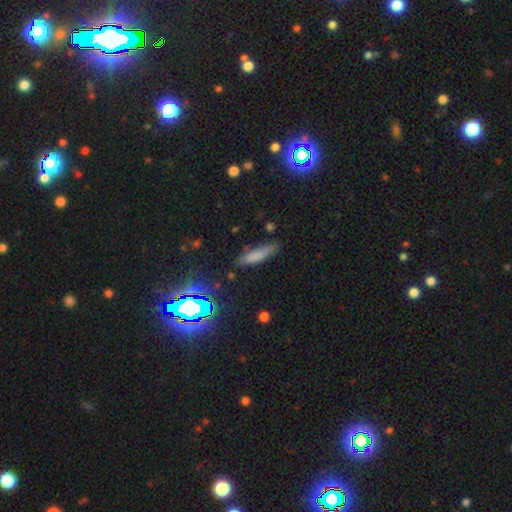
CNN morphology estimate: Q: Smooth or featured?
A: smooth (72%); runner-up: featured or disk (14%)
Q: How rounded?
A: cigar-shaped (71%); runner-up: in between (27%)
Q: Merging?
A: none (77%); runner-up: minor disturbance (17%)